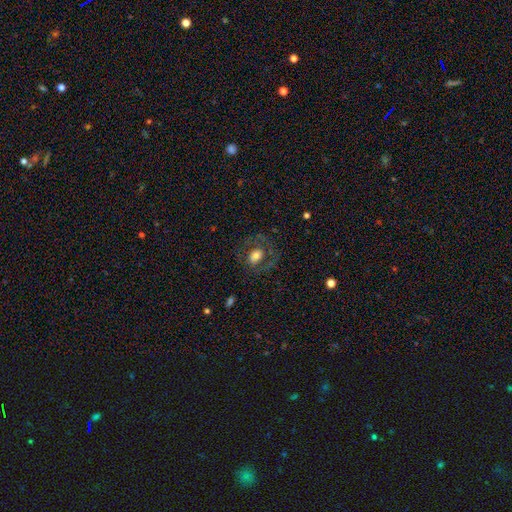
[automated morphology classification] smooth-or-featured: smooth: 56% | featured or disk: 34% | star or artifact: 10%
  how-rounded: in between: 63% | round: 35% | cigar-shaped: 1%
  merging: none: 70% | minor disturbance: 15% | major disturbance: 14% | merger: 2%